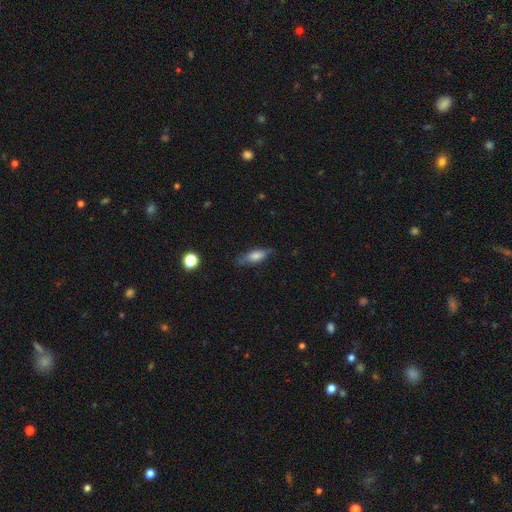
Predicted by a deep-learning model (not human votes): Smooth or featured: smooth — 71% (featured or disk — 21%)
How rounded: in between — 60% (cigar-shaped — 37%)
Merging: none — 71% (minor disturbance — 22%)